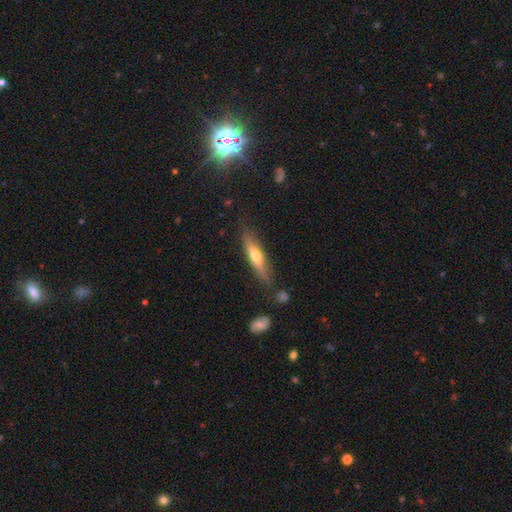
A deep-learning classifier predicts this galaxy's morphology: This is possibly a featured or disk galaxy (50%). It is clearly viewed edge-on (90%). Merging: likely none (80%).